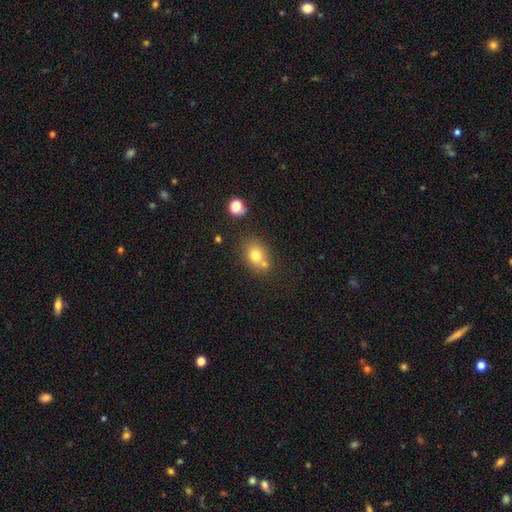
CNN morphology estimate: smooth-or-featured: smooth: 74% | featured or disk: 13% | star or artifact: 13%
  how-rounded: in between: 53% | round: 46% | cigar-shaped: 1%
  merging: none: 57% | merger: 25% | minor disturbance: 14% | major disturbance: 4%